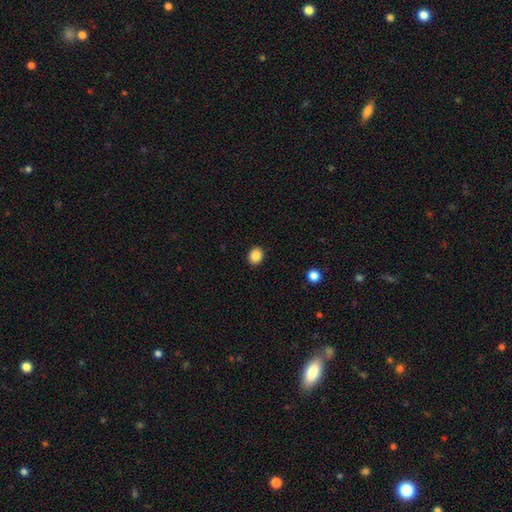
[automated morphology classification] The model was most divided on "how rounded": round: 60%, in between: 39%, cigar-shaped: 1%. More confident: merging — none (91%); smooth or featured — smooth (87%).